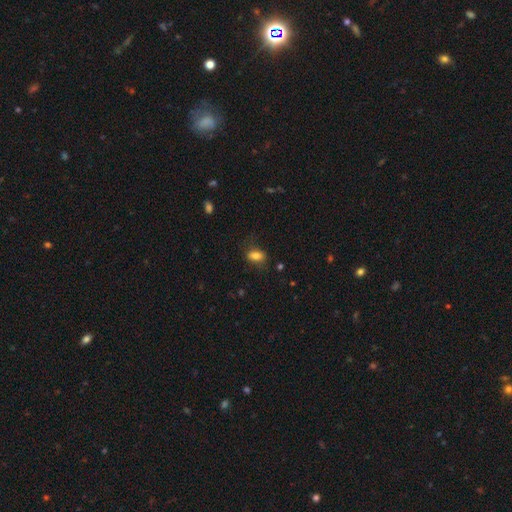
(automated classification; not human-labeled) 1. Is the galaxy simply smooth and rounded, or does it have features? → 80% smooth, 10% featured or disk, 10% star or artifact.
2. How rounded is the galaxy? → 84% in between, 10% round, 6% cigar-shaped.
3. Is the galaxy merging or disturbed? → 73% none, 19% minor disturbance, 7% major disturbance, 1% merger.